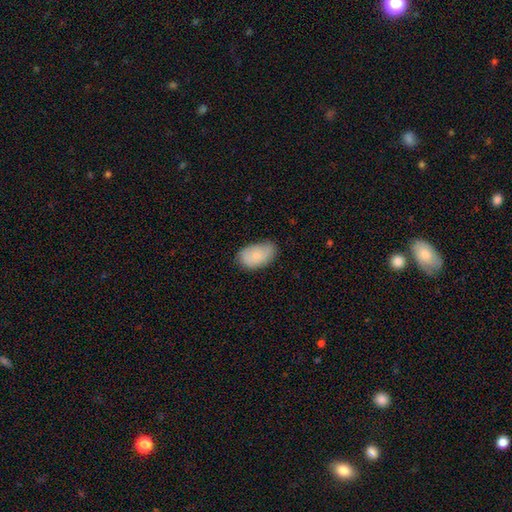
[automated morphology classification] Smooth or featured? smooth (81%)
How rounded? in between (92%)
Merging? none (67%)